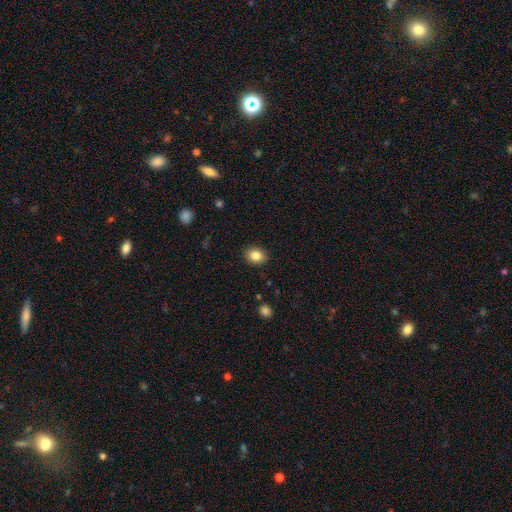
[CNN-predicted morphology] Q: Smooth or featured?
A: smooth (85%); runner-up: star or artifact (9%)
Q: How rounded?
A: in between (50%); runner-up: round (49%)
Q: Merging?
A: none (89%); runner-up: minor disturbance (8%)